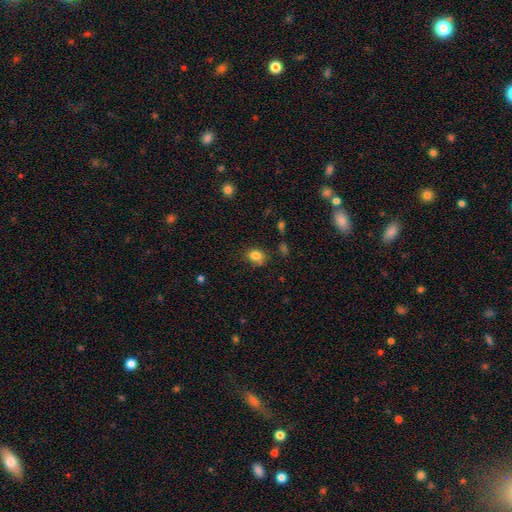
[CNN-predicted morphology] smooth_or_featured: smooth (p=0.83) [alt: star or artifact p=0.11]
how_rounded: round (p=0.51) [alt: in between p=0.48]
merging: none (p=0.74) [alt: minor disturbance p=0.19]